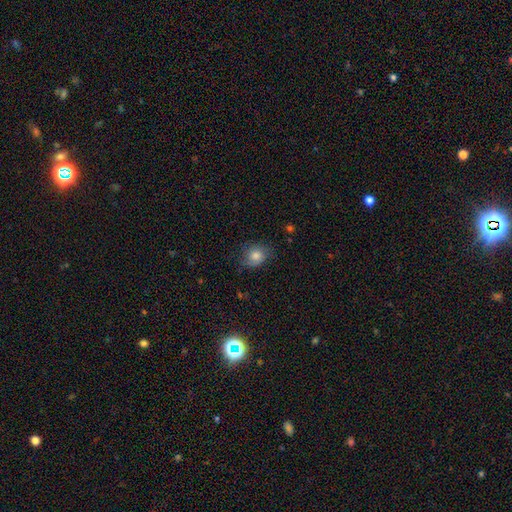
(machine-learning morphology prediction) Smooth or featured?
  - smooth: 66% *
  - featured or disk: 22%
  - star or artifact: 12%
How rounded?
  - round: 63% *
  - in between: 36%
  - cigar-shaped: 1%
Merging?
  - none: 70% *
  - minor disturbance: 22%
  - major disturbance: 7%
  - merger: 1%